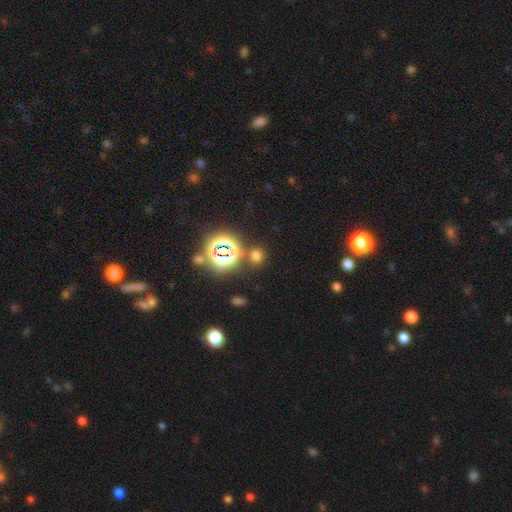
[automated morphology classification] Smooth or featured? Predicted: smooth (p=0.58). How rounded? Predicted: round (p=0.73). Merging? Predicted: none (p=0.79).